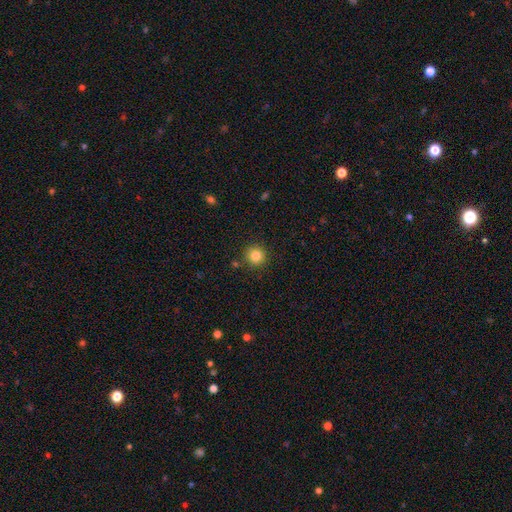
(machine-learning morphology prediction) Smooth or featured? smooth (83%)
How rounded? round (95%)
Merging? none (89%)